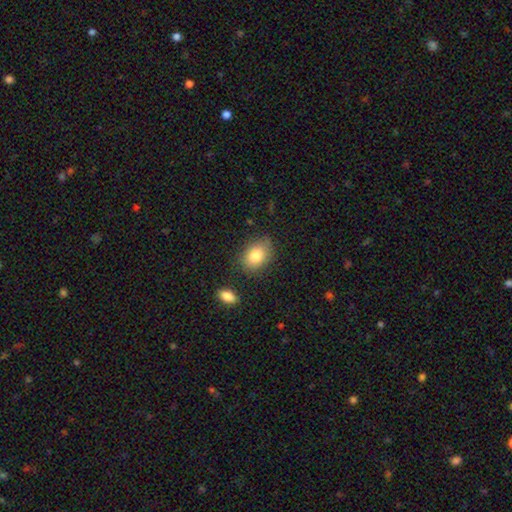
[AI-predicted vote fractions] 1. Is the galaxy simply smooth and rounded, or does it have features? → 82% smooth, 10% featured or disk, 8% star or artifact.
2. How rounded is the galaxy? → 74% in between, 25% round, 1% cigar-shaped.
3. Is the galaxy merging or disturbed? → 80% none, 14% minor disturbance, 3% major disturbance, 3% merger.